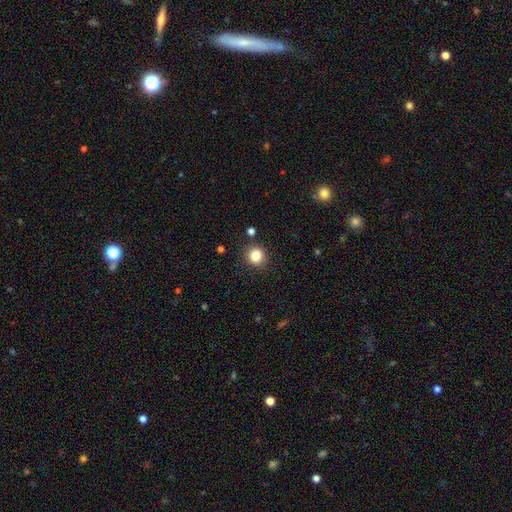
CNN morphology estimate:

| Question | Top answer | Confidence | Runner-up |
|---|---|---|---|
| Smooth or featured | smooth | 84% | star or artifact (12%) |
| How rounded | round | 86% | in between (14%) |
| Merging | none | 88% | minor disturbance (7%) |